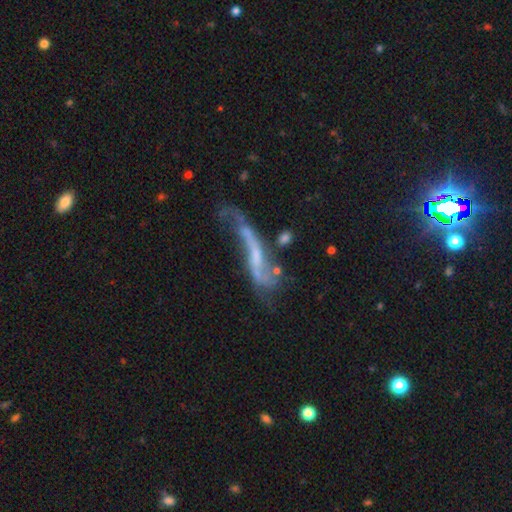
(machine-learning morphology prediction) smooth-or-featured: featured or disk: 71% | smooth: 18% | star or artifact: 10%
  disk-edge-on: no: 75% | yes: 25%
    bar: no: 45% | weak: 32% | strong: 23%
    has-spiral-arms: yes: 70% | no: 30%
    bulge-size: small: 43% | none: 36% | moderate: 17% | large: 2% | dominant: 1%
  merging: major disturbance: 34% | none: 29% | merger: 19% | minor disturbance: 19%